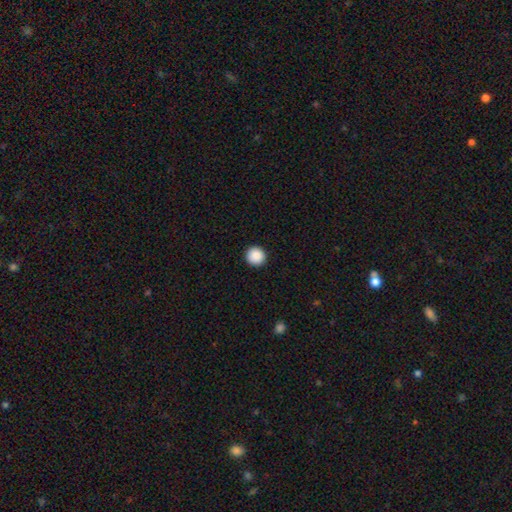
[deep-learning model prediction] A smooth galaxy with no disk features (89%) that is round (96%). Merging: none (93%).